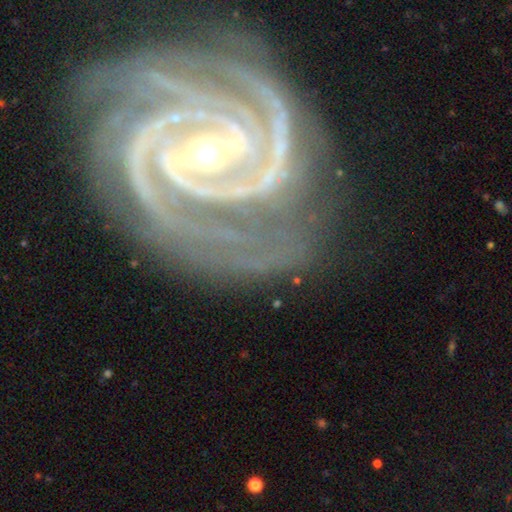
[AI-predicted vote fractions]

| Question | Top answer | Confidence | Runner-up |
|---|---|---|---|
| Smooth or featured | featured or disk | 93% | star or artifact (5%) |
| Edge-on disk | no | 98% | yes (2%) |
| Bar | strong | 40% | weak (32%) |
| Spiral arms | yes | 99% | no (1%) |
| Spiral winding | tight | 79% | medium (19%) |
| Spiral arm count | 3 | 34% | 2 (21%) |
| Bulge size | moderate | 54% | small (43%) |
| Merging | none | 74% | minor disturbance (17%) |